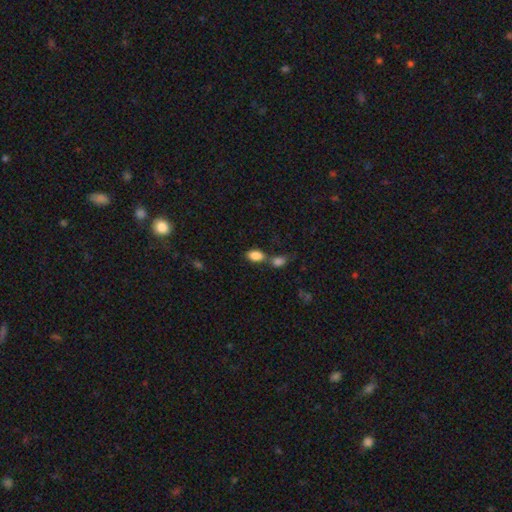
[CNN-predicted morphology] Smooth or featured? smooth (86%)
How rounded? in between (91%)
Merging? none (47%)